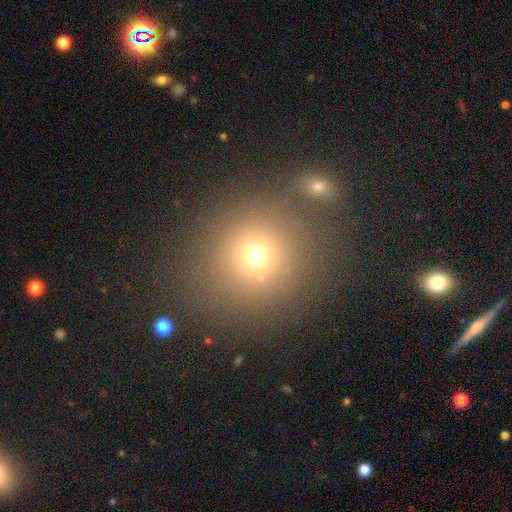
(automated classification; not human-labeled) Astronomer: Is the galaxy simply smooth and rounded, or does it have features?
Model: smooth — 70%.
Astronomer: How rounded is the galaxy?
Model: round — 89%.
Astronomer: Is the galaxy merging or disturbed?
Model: none — 72%.